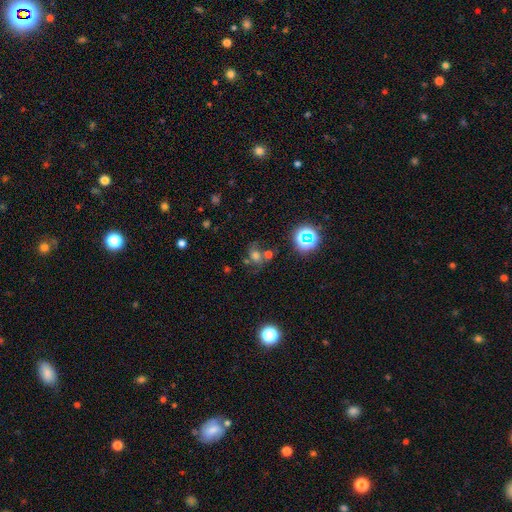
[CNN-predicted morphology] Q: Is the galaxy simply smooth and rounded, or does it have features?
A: smooth — 47%.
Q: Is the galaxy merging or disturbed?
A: none — 48%.